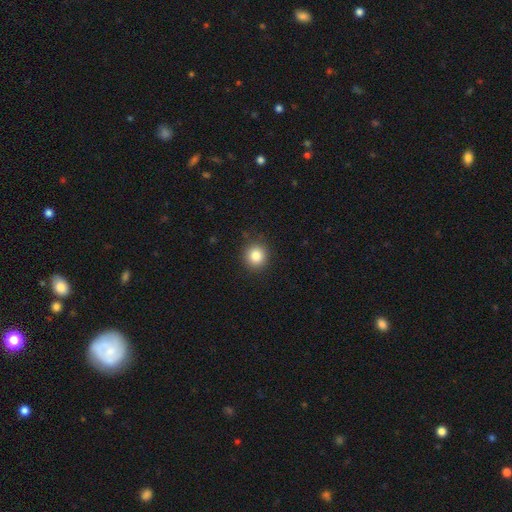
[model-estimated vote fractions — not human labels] smooth-or-featured: smooth: 84% | star or artifact: 10% | featured or disk: 6%
  how-rounded: round: 90% | in between: 9% | cigar-shaped: 1%
  merging: none: 90% | minor disturbance: 7% | major disturbance: 2% | merger: 1%